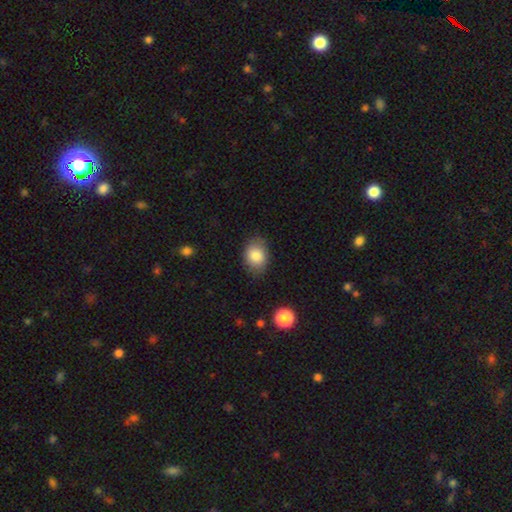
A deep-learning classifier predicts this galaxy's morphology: A smooth galaxy with no disk features (84%) that is in between round and cigar-shaped (67%). Merging: none (78%).